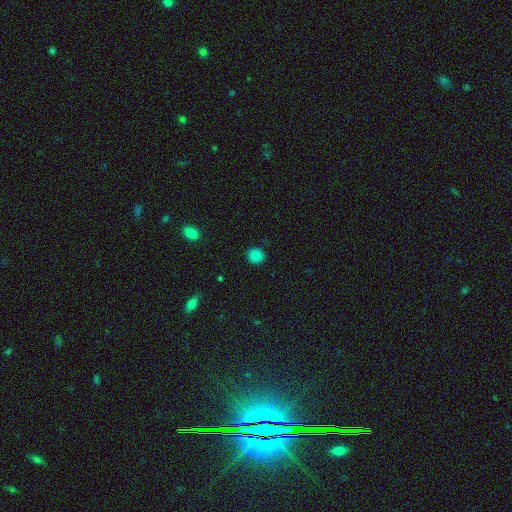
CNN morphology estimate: Smooth or featured? smooth (84%)
How rounded? round (87%)
Merging? none (89%)